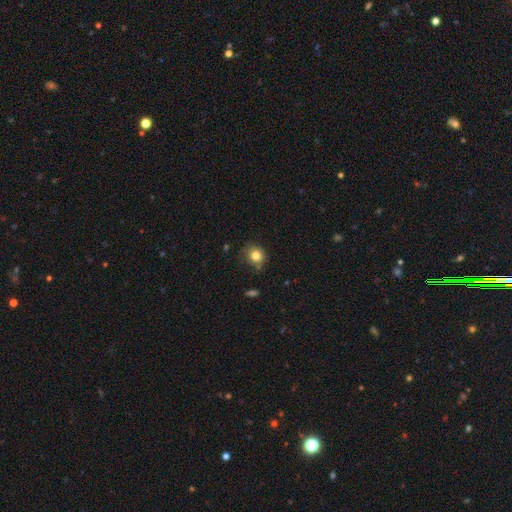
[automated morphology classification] A smooth galaxy with no disk features (82%) that is round (80%).

Vote fractions:
- Smooth or featured? smooth: 82% / star or artifact: 11% / featured or disk: 8%
- How rounded? round: 80% / in between: 19% / cigar-shaped: 1%
- Merging? none: 70% / minor disturbance: 21% / major disturbance: 5% / merger: 4%